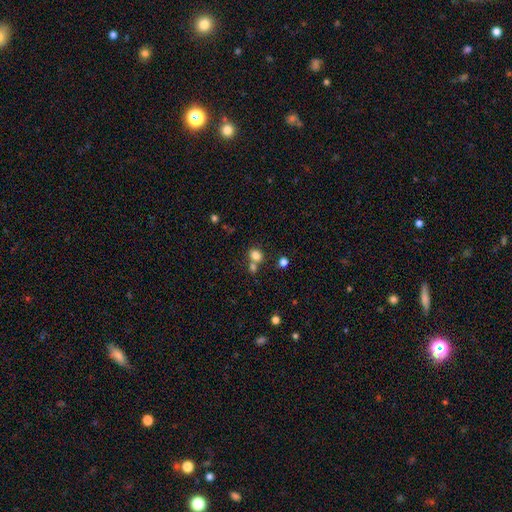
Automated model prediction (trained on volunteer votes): A smooth galaxy with no disk features (80%) that is round (63%). Merging: none (56%).